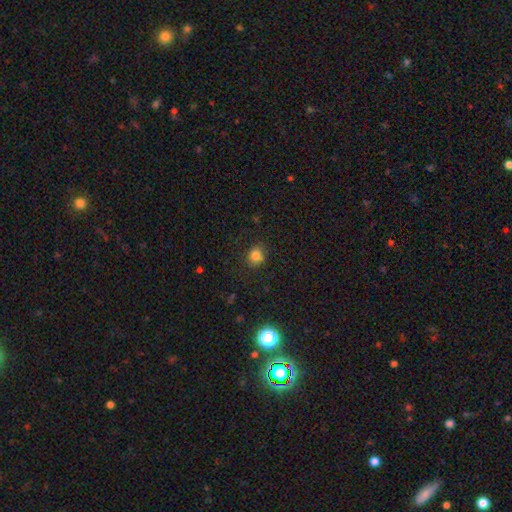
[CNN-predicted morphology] Smooth or featured?
  - smooth: 80% *
  - star or artifact: 13%
  - featured or disk: 7%
How rounded?
  - round: 70% *
  - in between: 29%
  - cigar-shaped: 1%
Merging?
  - none: 82% *
  - minor disturbance: 13%
  - major disturbance: 4%
  - merger: 1%